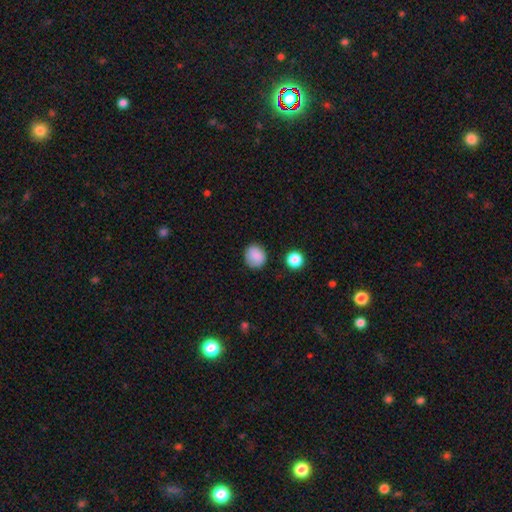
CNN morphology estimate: Q: Smooth or featured?
A: smooth (86%); runner-up: star or artifact (9%)
Q: How rounded?
A: round (77%); runner-up: in between (22%)
Q: Merging?
A: none (84%); runner-up: minor disturbance (11%)